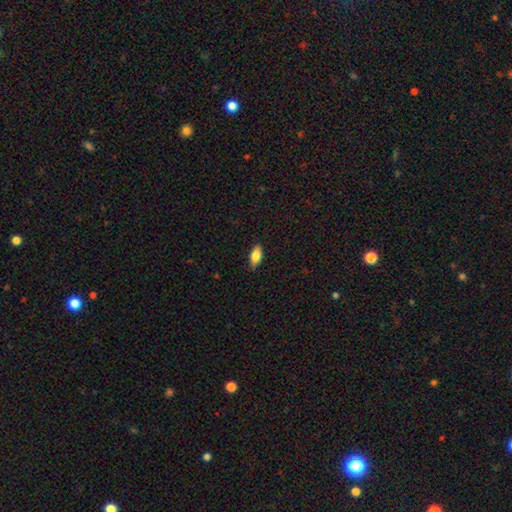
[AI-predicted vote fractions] Smooth or featured? Predicted: smooth (p=0.81). How rounded? Predicted: in between (p=0.83). Merging? Predicted: none (p=0.84).